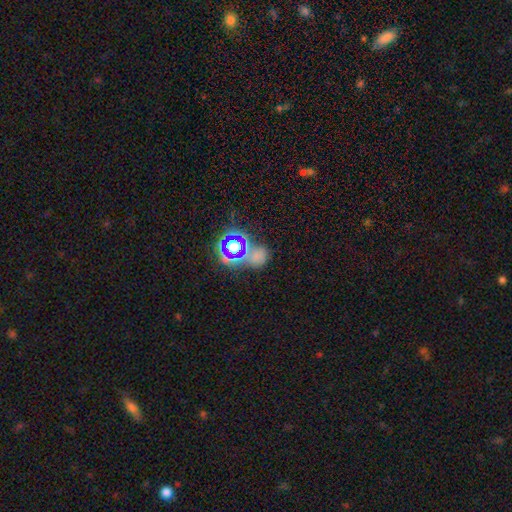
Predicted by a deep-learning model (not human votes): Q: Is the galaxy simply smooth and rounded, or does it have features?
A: star or artifact — 49%.